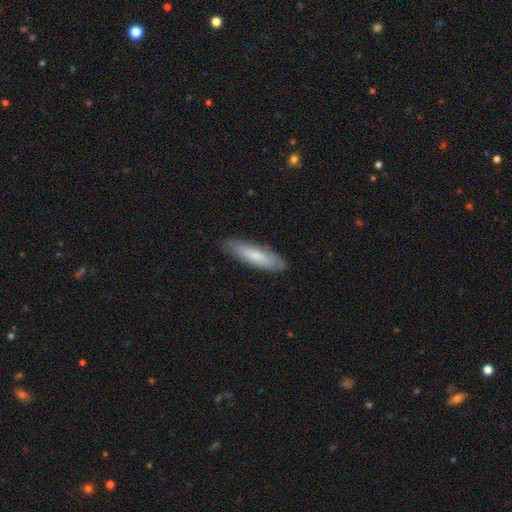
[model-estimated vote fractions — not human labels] A smooth galaxy with no disk features (73%) that is cigar-shaped (67%). Merging: none (84%).